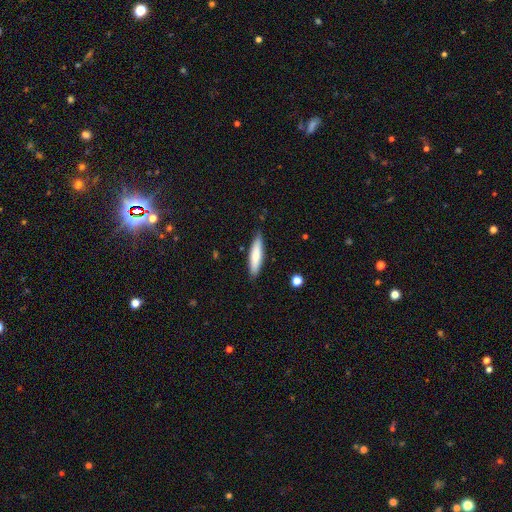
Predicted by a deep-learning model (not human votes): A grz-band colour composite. It shows a smooth galaxy with no disk features (75%) that is cigar-shaped (74%). Merging: none (86%).